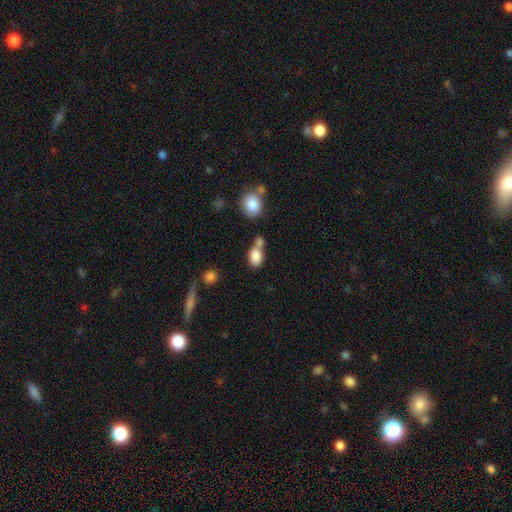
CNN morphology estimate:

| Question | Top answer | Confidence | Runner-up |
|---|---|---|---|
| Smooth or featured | smooth | 84% | star or artifact (9%) |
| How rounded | in between | 81% | round (17%) |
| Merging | none | 44% | merger (36%) |